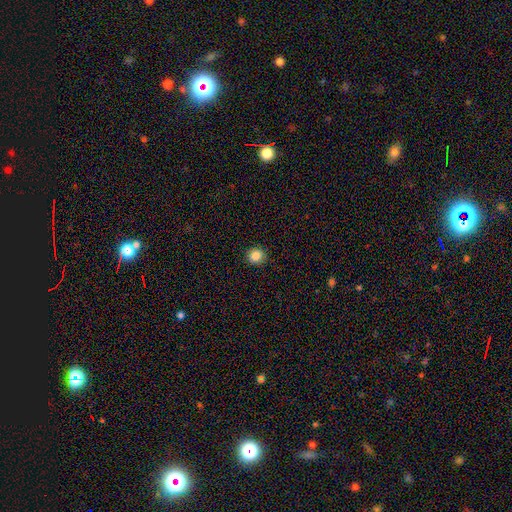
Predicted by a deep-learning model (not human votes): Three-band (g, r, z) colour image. It shows a smooth galaxy with no disk features (85%) that is round (89%). Merging: none (92%).